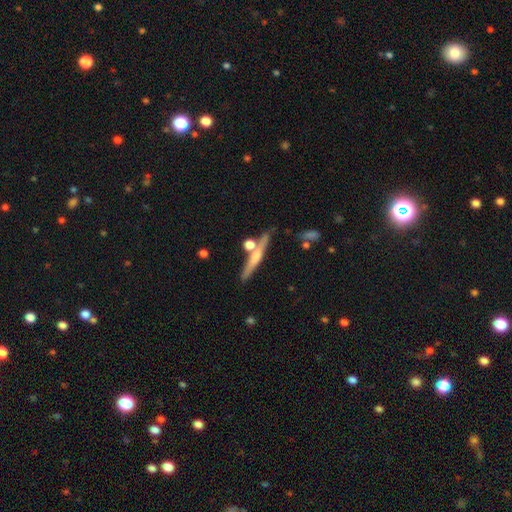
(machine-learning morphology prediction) type=featured or disk (52%); edge-on=yes (95%); merging=none (74%).